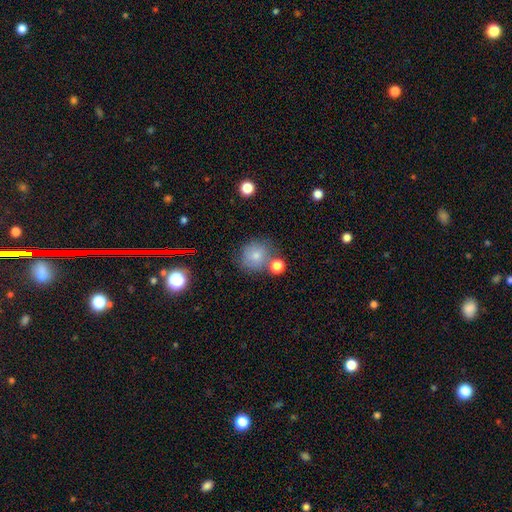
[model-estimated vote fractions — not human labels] Smooth or featured? Predicted: smooth (p=0.77). How rounded? Predicted: round (p=0.85). Merging? Predicted: none (p=0.62).